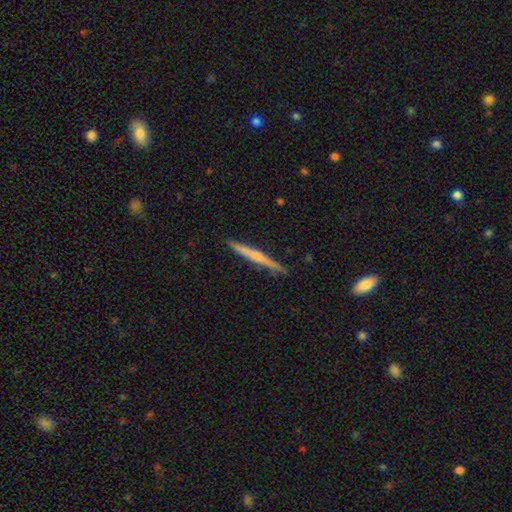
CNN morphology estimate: This is possibly a featured or disk galaxy (56%). It is clearly viewed edge-on (98%). Edge-on bulge: possibly rounded (52%). Merging: clearly none (90%).